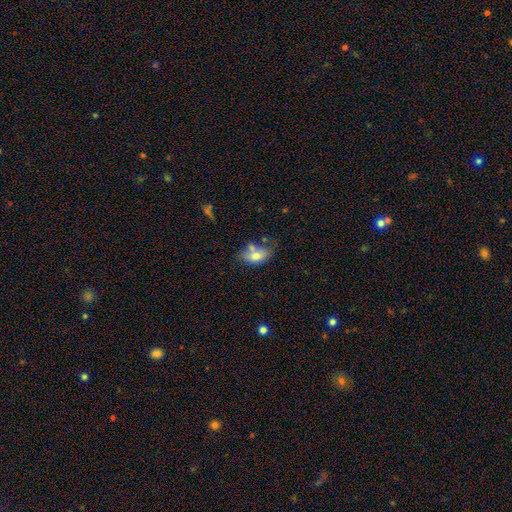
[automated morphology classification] This appears to be a smooth galaxy with no disk features (71%) that is in between round and cigar-shaped (87%). Merging: none (44%).